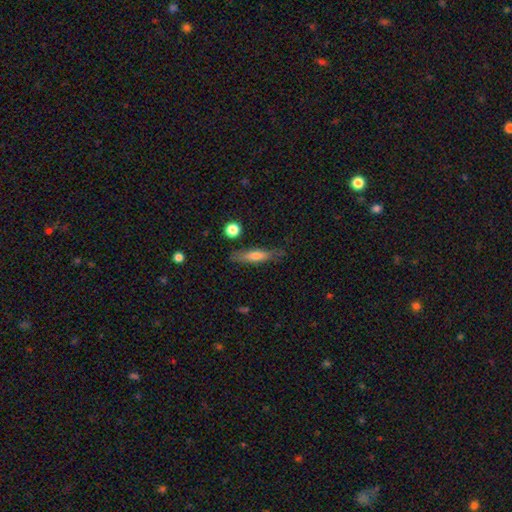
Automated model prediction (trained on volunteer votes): A smooth galaxy with no disk features (62%) that is cigar-shaped (78%). Merging: none (78%).